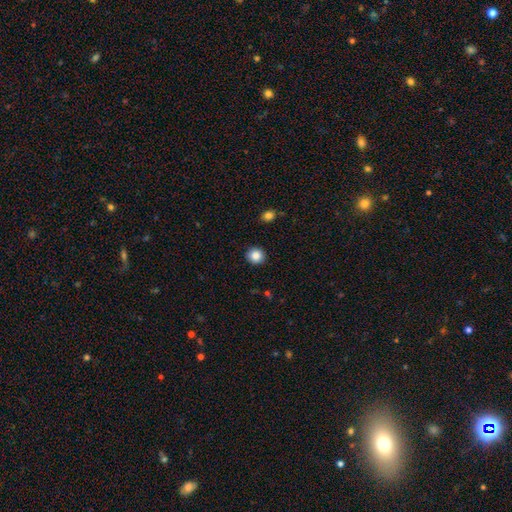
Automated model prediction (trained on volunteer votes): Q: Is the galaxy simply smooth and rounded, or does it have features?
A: smooth — 86%.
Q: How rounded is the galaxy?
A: round — 88%.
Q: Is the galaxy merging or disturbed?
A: none — 92%.